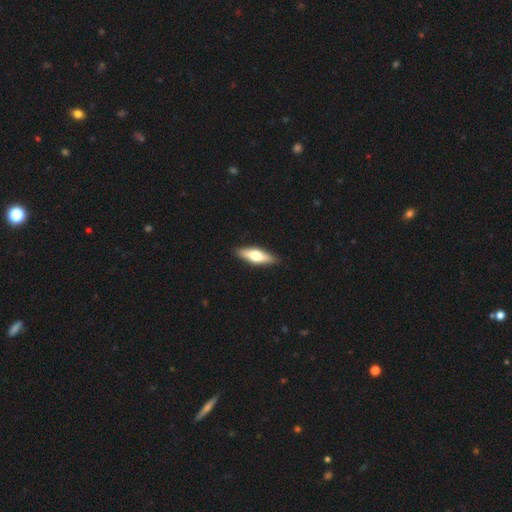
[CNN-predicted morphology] type=smooth (52%); roundness=cigar-shaped (49%, tied with in between); merging=none (90%).